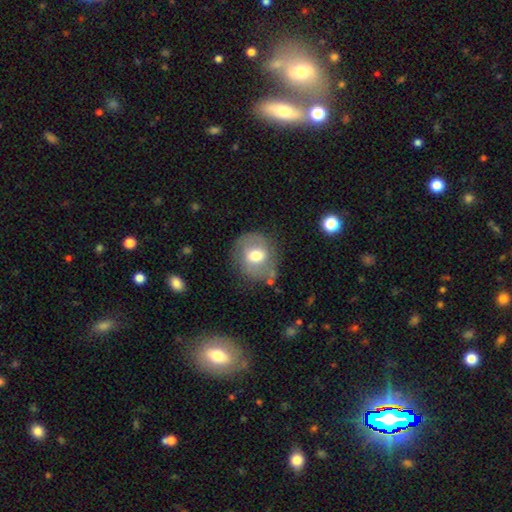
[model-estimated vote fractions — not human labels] Morphology: type=smooth (54%); roundness=round (75%); merging=none (71%).